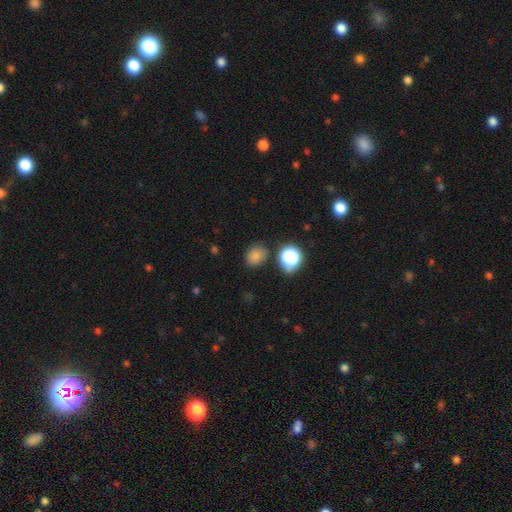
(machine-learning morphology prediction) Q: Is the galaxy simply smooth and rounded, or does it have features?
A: smooth — 78%.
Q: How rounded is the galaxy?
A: round — 55%.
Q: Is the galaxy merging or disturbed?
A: none — 77%.